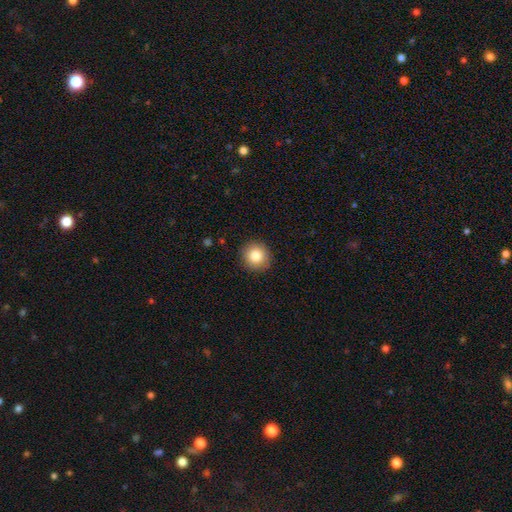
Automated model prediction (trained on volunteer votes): Smooth or featured? smooth (83%)
How rounded? round (93%)
Merging? none (91%)